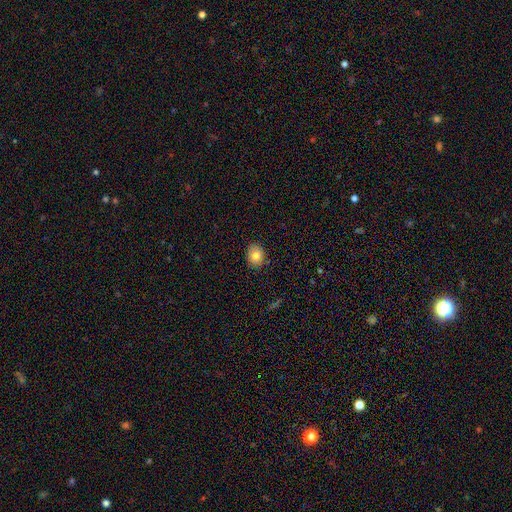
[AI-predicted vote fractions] A smooth galaxy with no disk features (83%) that is in between round and cigar-shaped (55%).

Vote fractions:
- Smooth or featured? smooth: 83% / star or artifact: 9% / featured or disk: 8%
- How rounded? in between: 55% / round: 45% / cigar-shaped: 1%
- Merging? none: 86% / minor disturbance: 11% / major disturbance: 2% / merger: 1%